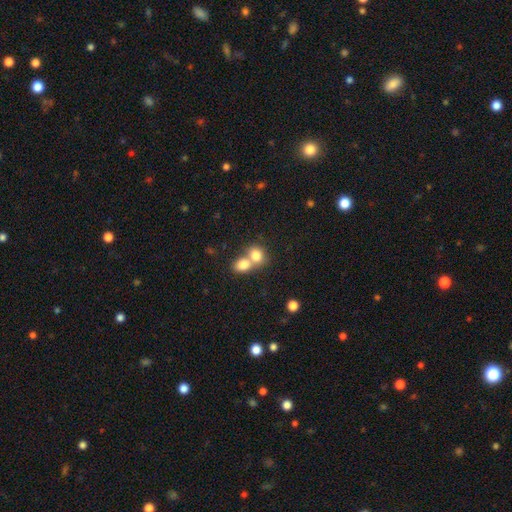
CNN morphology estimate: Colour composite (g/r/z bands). It shows a smooth galaxy with no disk features (80%) that is round (56%). Merging: merger (66%).